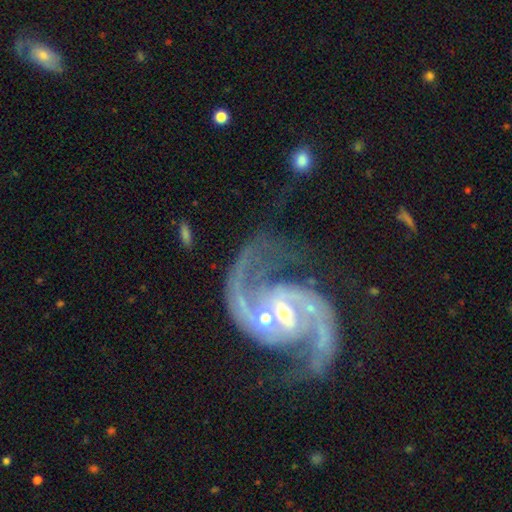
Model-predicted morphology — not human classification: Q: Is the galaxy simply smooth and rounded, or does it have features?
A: featured or disk — 93%.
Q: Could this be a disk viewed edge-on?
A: no — 98%.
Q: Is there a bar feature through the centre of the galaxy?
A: weak — 44%.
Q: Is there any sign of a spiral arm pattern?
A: yes — 98%.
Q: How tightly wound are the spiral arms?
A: medium — 59%.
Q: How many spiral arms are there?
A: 2 — 93%.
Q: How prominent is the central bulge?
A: small — 54%.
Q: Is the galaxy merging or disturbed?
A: none — 55%.